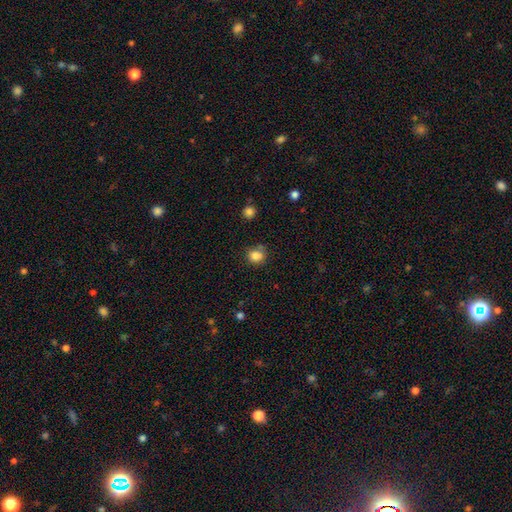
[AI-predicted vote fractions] This is clearly a smooth galaxy (83%). How rounded: likely round (69%). Merging: likely none (67%).